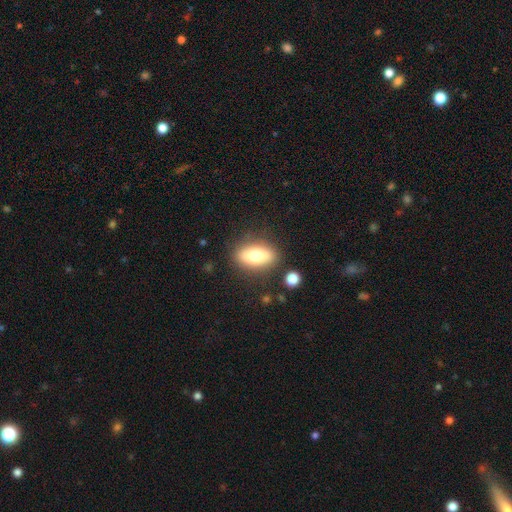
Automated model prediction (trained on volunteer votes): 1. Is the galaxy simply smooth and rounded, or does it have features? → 75% smooth, 18% featured or disk, 7% star or artifact.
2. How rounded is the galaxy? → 86% in between, 9% cigar-shaped, 6% round.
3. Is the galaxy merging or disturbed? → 81% none, 11% minor disturbance, 4% major disturbance, 3% merger.